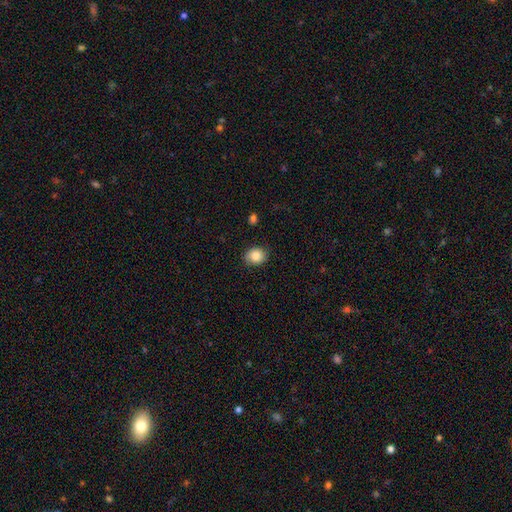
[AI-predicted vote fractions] This is clearly a smooth galaxy (83%). How rounded: possibly round (60%). Merging: clearly none (81%).